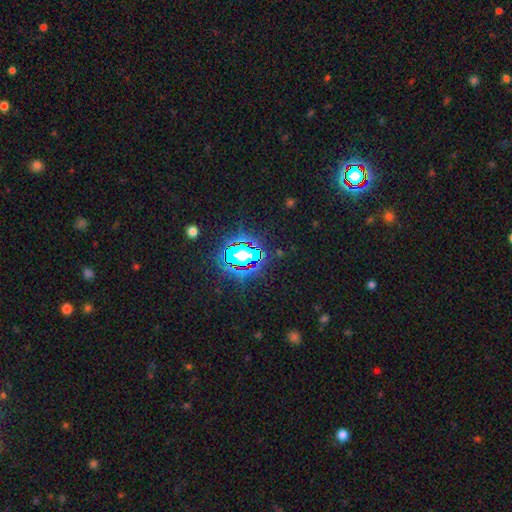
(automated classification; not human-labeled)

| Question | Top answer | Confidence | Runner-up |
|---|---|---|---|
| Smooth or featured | star or artifact | 75% | smooth (15%) |